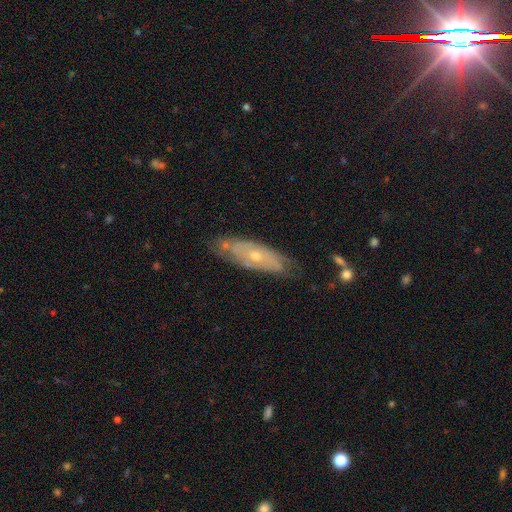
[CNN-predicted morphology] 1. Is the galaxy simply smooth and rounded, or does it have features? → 70% featured or disk, 23% smooth, 7% star or artifact.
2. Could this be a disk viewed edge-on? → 77% no, 23% yes.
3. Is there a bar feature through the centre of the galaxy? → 82% no, 15% weak, 3% strong.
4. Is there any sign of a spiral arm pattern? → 66% yes, 34% no.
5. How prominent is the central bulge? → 53% small, 44% moderate, 1% large, 1% none, 1% dominant.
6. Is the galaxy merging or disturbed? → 67% none, 24% minor disturbance, 6% major disturbance, 3% merger.